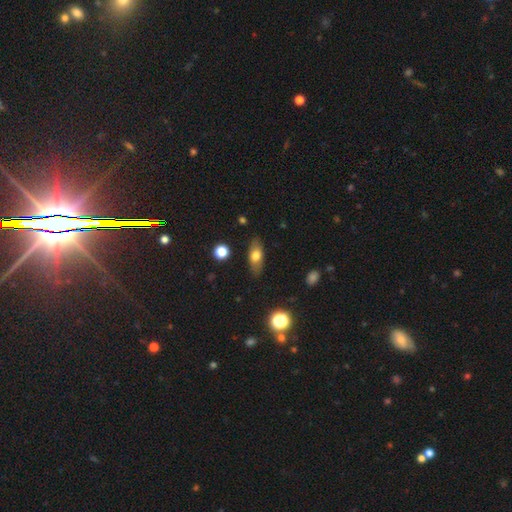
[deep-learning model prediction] The model was most divided on "smooth or featured": smooth: 68%, featured or disk: 25%, star or artifact: 8%. More confident: merging — none (84%); how rounded — in between (75%).